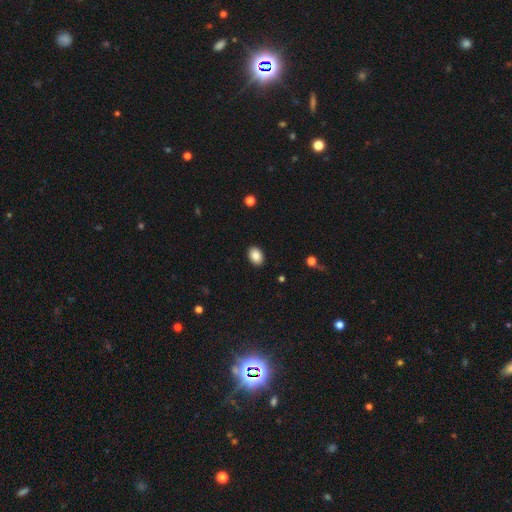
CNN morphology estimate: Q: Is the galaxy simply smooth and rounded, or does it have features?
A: smooth — 88%.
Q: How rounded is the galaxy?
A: in between — 79%.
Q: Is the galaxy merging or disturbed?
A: none — 90%.